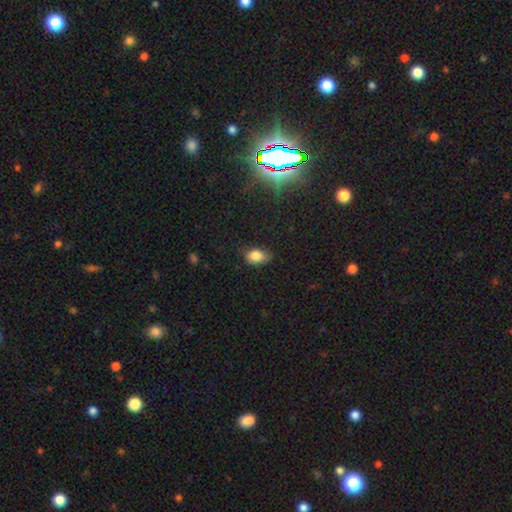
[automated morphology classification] Q: Smooth or featured?
A: smooth (83%); runner-up: star or artifact (10%)
Q: How rounded?
A: in between (82%); runner-up: round (17%)
Q: Merging?
A: none (63%); runner-up: minor disturbance (29%)